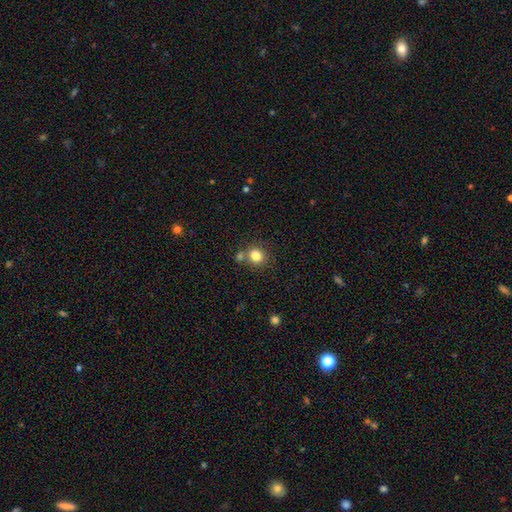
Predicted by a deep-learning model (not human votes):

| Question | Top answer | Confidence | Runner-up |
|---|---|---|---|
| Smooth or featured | smooth | 82% | star or artifact (11%) |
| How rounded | round | 81% | in between (18%) |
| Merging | none | 66% | merger (20%) |